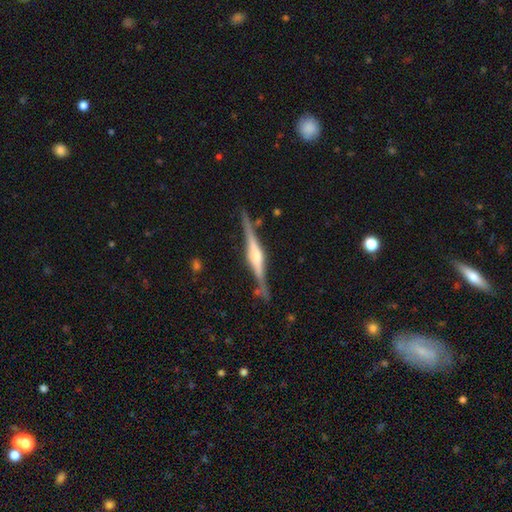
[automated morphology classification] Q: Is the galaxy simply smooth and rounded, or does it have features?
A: featured or disk — 80%.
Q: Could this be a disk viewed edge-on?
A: yes — 98%.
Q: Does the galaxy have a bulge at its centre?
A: rounded — 82%.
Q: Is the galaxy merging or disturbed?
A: none — 84%.